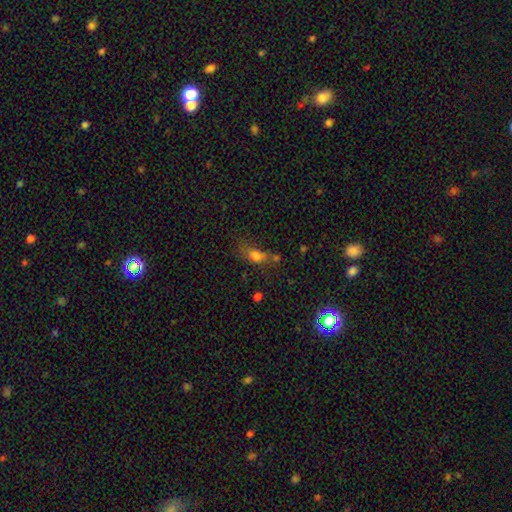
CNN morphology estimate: Q: Smooth or featured?
A: smooth (68%); runner-up: featured or disk (16%)
Q: How rounded?
A: in between (67%); runner-up: round (21%)
Q: Merging?
A: none (33%); runner-up: major disturbance (25%)